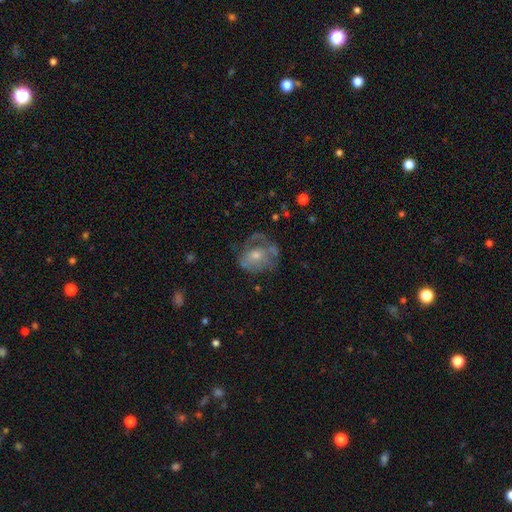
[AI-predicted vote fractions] smooth-or-featured: featured or disk: 59% | smooth: 30% | star or artifact: 11%
  disk-edge-on: no: 97% | yes: 3%
    bar: no: 77% | weak: 19% | strong: 4%
    has-spiral-arms: yes: 52% | no: 48%
    bulge-size: moderate: 52% | small: 40% | large: 4% | none: 3% | dominant: 1%
  merging: none: 50% | major disturbance: 24% | minor disturbance: 23% | merger: 3%